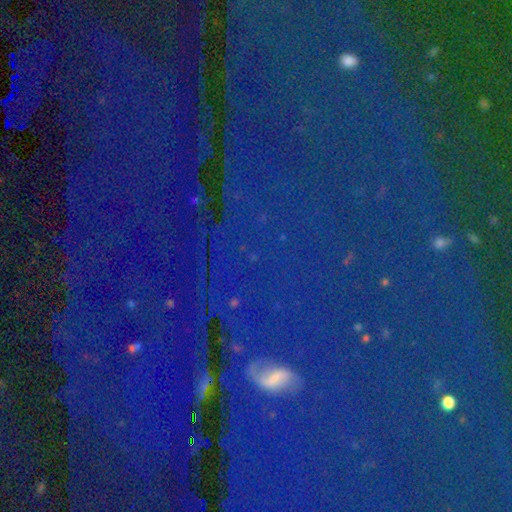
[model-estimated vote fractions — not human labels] Smooth or featured? Predicted: star or artifact (p=0.78).